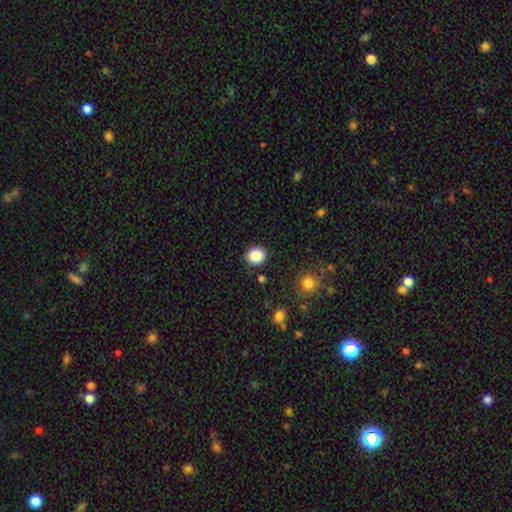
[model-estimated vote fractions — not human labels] A smooth galaxy with no disk features (87%) that is round (83%).

Vote fractions:
- Smooth or featured? smooth: 87% / star or artifact: 10% / featured or disk: 4%
- How rounded? round: 83% / in between: 16% / cigar-shaped: 1%
- Merging? none: 89% / minor disturbance: 7% / major disturbance: 2% / merger: 2%